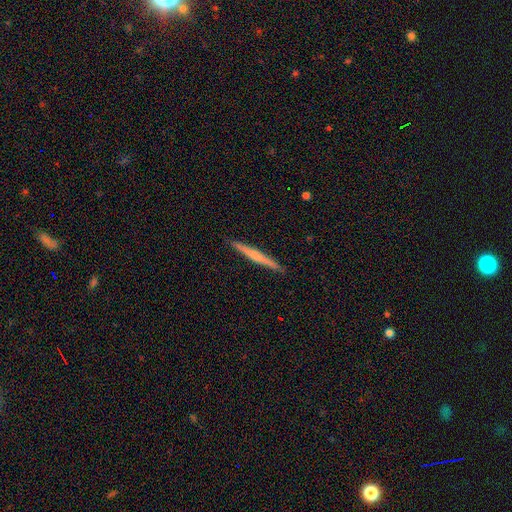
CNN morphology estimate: A featured or disk galaxy (52%) viewed edge-on (98%) with no central bulge (51%).

Vote fractions:
- Smooth or featured? featured or disk: 52% / smooth: 42% / star or artifact: 6%
- Edge-on disk? yes: 98% / no: 2%
- Edge-on bulge? none: 51% / rounded: 42% / boxy: 7%
- Merging? none: 92% / minor disturbance: 6% / major disturbance: 1% / merger: 1%